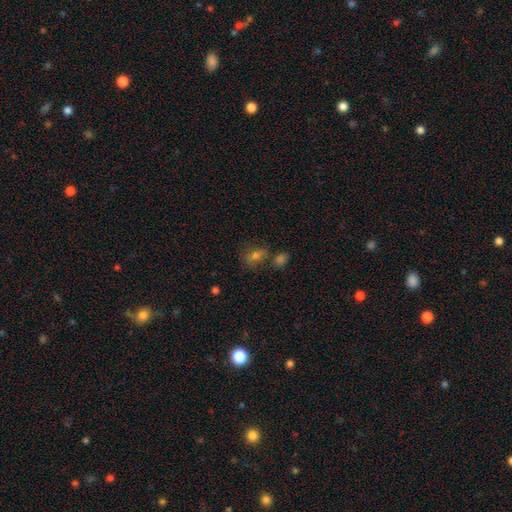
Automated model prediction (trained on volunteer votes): The model was most divided on "how rounded": in between: 51%, round: 47%, cigar-shaped: 2%. More confident: merging — none (61%); smooth or featured — smooth (55%).